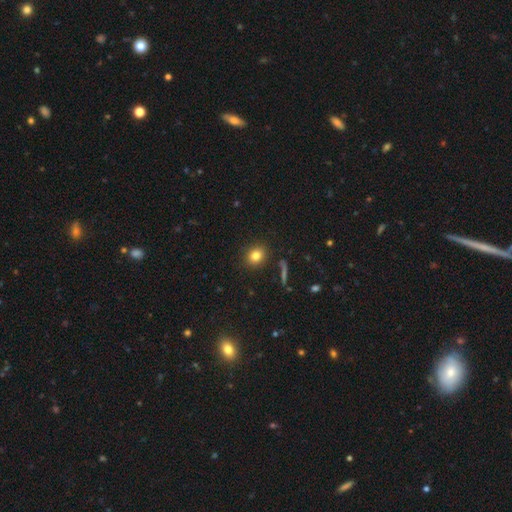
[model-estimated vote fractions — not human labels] A smooth galaxy with no disk features (81%) that is round (71%).

Vote fractions:
- Smooth or featured? smooth: 81% / star or artifact: 11% / featured or disk: 7%
- How rounded? round: 71% / in between: 27% / cigar-shaped: 2%
- Merging? none: 88% / minor disturbance: 7% / major disturbance: 2% / merger: 2%